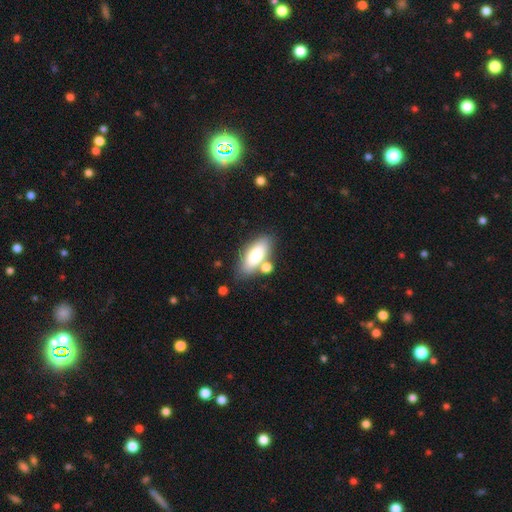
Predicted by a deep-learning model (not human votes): Smooth or featured? Predicted: smooth (p=0.78). How rounded? Predicted: in between (p=0.81). Merging? Predicted: none (p=0.67).